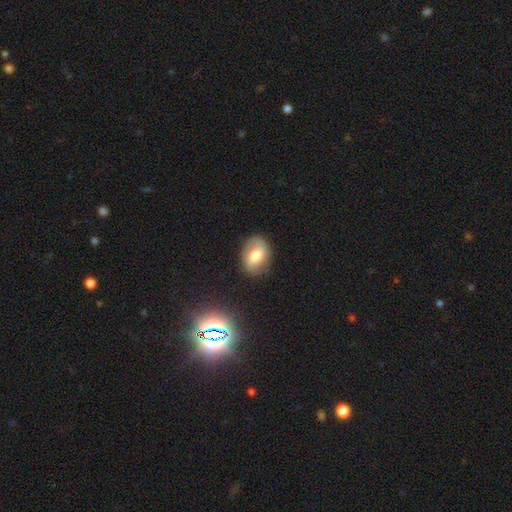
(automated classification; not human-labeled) smooth-or-featured: smooth: 55% | featured or disk: 36% | star or artifact: 9%
  how-rounded: in between: 70% | round: 29% | cigar-shaped: 1%
  merging: none: 81% | minor disturbance: 14% | major disturbance: 4% | merger: 2%